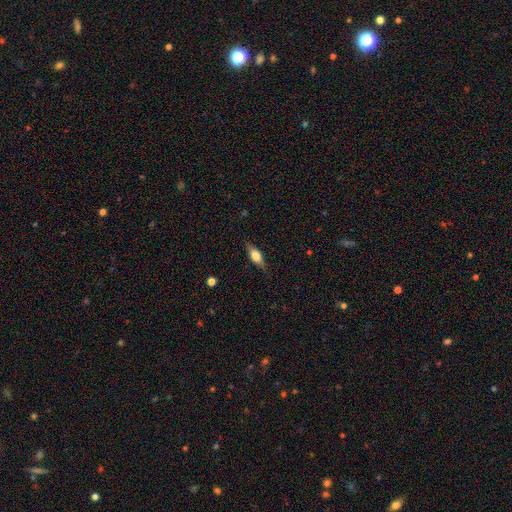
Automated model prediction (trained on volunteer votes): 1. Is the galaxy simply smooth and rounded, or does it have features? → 54% smooth, 39% featured or disk, 7% star or artifact.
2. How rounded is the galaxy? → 66% in between, 29% cigar-shaped, 5% round.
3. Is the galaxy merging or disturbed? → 79% none, 16% minor disturbance, 4% major disturbance, 1% merger.